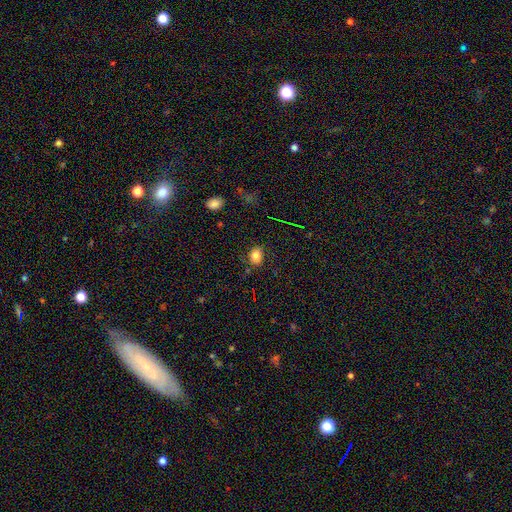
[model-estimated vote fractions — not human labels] Morphology: type=smooth (79%); roundness=in between (57%); merging=none (79%).